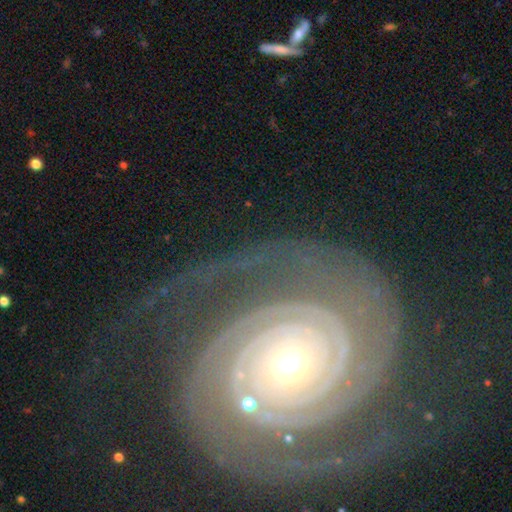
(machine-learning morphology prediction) Smooth or featured? Predicted: featured or disk (p=0.91). Edge-on disk? Predicted: no (p=0.97). Bar? Predicted: no (p=0.78). Spiral arms? Predicted: yes (p=0.98). Spiral winding? Predicted: tight (p=0.87). Spiral arm count? Predicted: 2 (p=0.54). Bulge size? Predicted: small (p=0.51). Merging? Predicted: none (p=0.69).